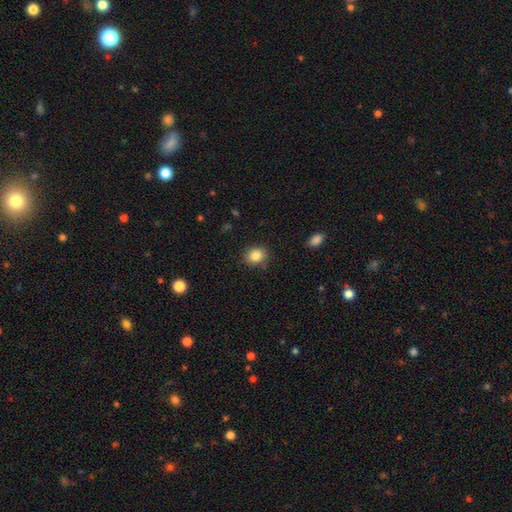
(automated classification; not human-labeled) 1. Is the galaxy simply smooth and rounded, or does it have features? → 84% smooth, 10% star or artifact, 6% featured or disk.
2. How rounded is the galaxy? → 59% round, 40% in between, 1% cigar-shaped.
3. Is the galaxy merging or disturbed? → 86% none, 10% minor disturbance, 3% major disturbance, 2% merger.